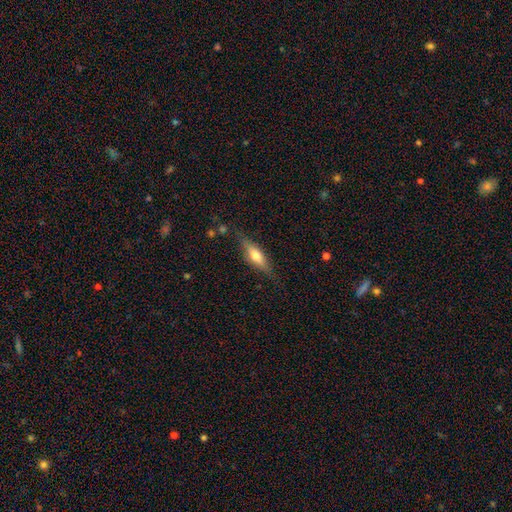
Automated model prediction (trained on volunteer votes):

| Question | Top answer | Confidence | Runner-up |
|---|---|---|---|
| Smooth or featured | featured or disk | 50% | smooth (44%) |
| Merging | none | 78% | minor disturbance (16%) |